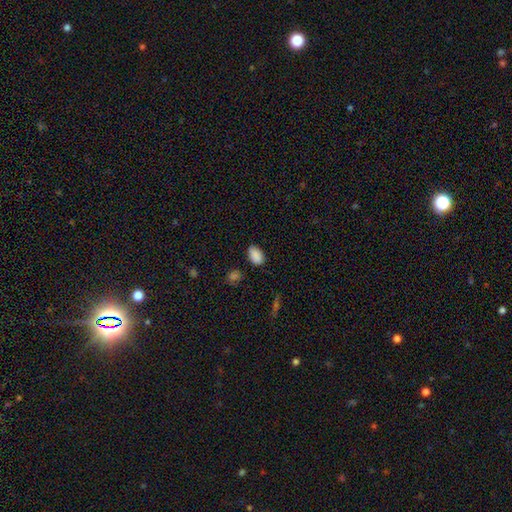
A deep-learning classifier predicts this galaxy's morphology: This is clearly a smooth galaxy (87%). How rounded: clearly in between (89%). Merging: likely none (77%).